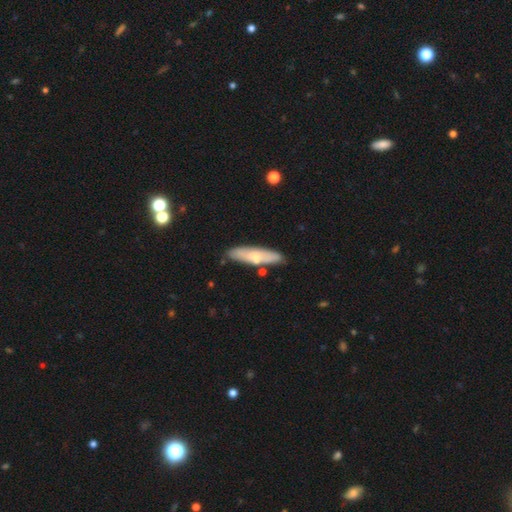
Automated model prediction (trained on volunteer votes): Smooth or featured: smooth — 59% (featured or disk — 35%)
How rounded: cigar-shaped — 73% (in between — 25%)
Merging: none — 80% (minor disturbance — 13%)